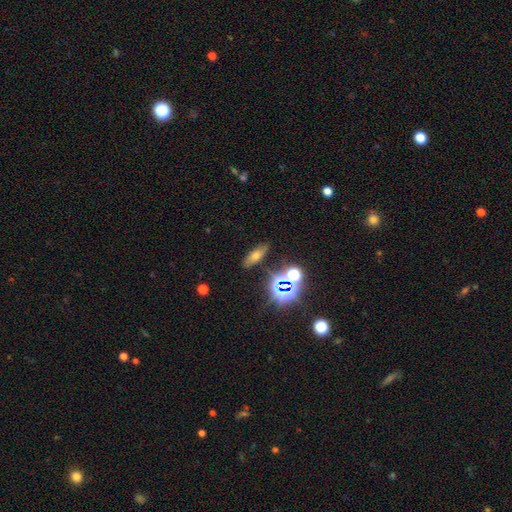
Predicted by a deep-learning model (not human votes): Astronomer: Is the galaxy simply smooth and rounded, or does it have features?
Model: smooth — 47% (runner-up: star or artifact, 30%).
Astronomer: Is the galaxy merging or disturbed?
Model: none — 84%.